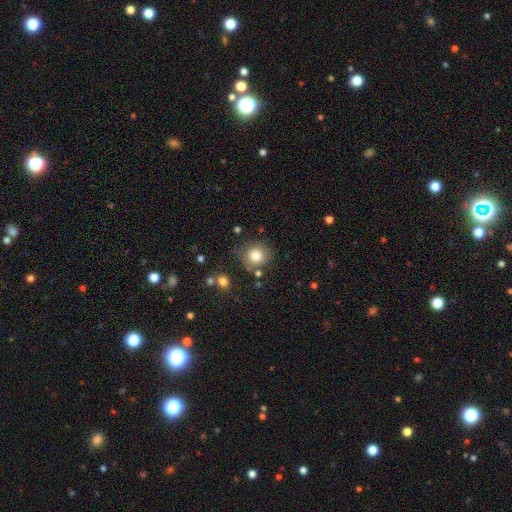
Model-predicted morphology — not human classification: smooth_or_featured: smooth (p=0.82) [alt: star or artifact p=0.10]
how_rounded: round (p=0.88) [alt: in between p=0.11]
merging: none (p=0.75) [alt: minor disturbance p=0.15]